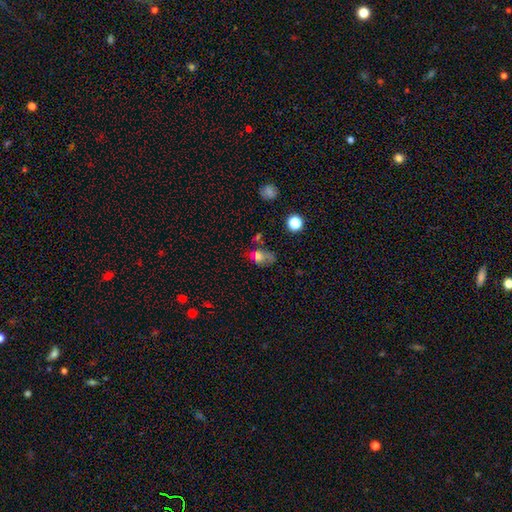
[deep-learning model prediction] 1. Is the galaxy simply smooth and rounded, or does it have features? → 64% smooth, 19% star or artifact, 17% featured or disk.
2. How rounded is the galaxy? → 72% in between, 25% round, 3% cigar-shaped.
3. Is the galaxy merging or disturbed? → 46% none, 26% minor disturbance, 17% major disturbance, 11% merger.